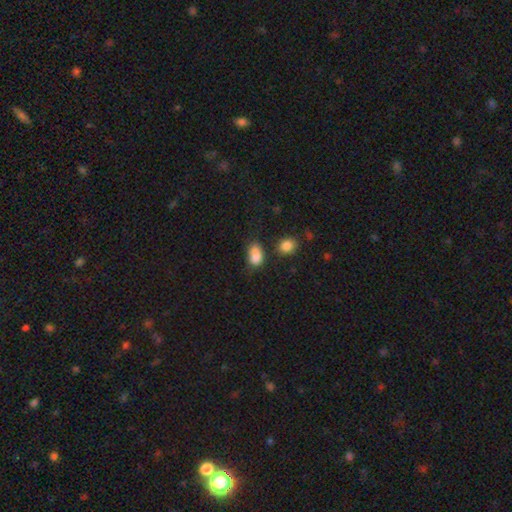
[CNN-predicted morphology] The model was most divided on "merging": none: 50%, minor disturbance: 29%, merger: 12%, major disturbance: 9%. More confident: how rounded — in between (84%); smooth or featured — smooth (84%).